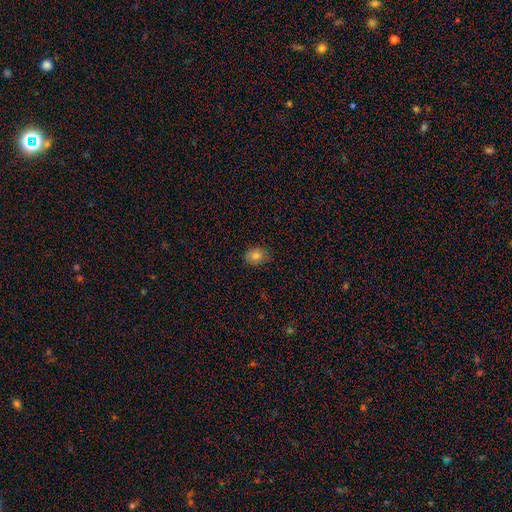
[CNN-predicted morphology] Smooth or featured? Predicted: smooth (p=0.82). How rounded? Predicted: in between (p=0.54). Merging? Predicted: none (p=0.84).